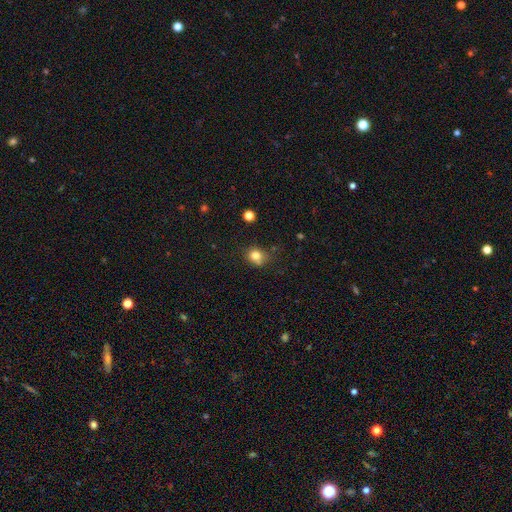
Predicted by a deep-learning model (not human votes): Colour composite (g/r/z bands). It shows a smooth galaxy with no disk features (80%) that is round (72%). Merging: none (65%).